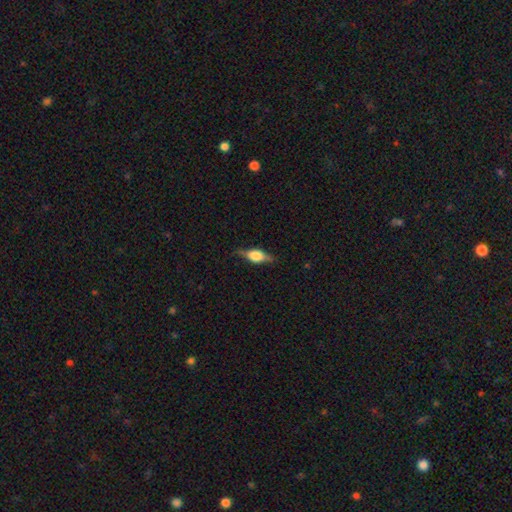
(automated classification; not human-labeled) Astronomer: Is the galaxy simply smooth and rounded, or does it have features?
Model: featured or disk — 55% (runner-up: smooth, 37%).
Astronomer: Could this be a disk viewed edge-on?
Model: yes — 93%.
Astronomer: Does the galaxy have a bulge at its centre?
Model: rounded — 83%.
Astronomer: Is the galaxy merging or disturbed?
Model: none — 74%.